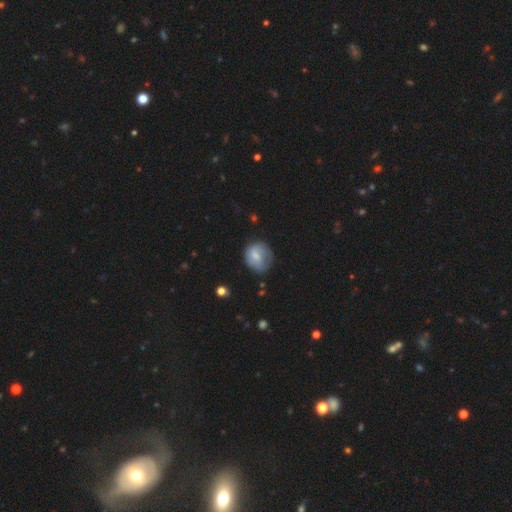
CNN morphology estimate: Smooth or featured? Predicted: smooth (p=0.70). How rounded? Predicted: round (p=0.76). Merging? Predicted: none (p=0.59).